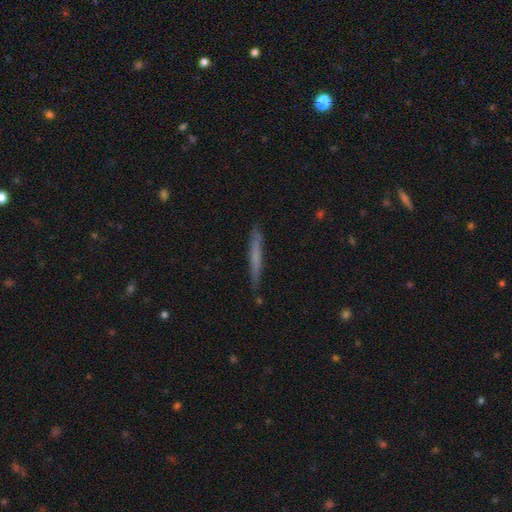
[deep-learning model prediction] Morphology: type=smooth (58%); roundness=cigar-shaped (96%); merging=none (85%).